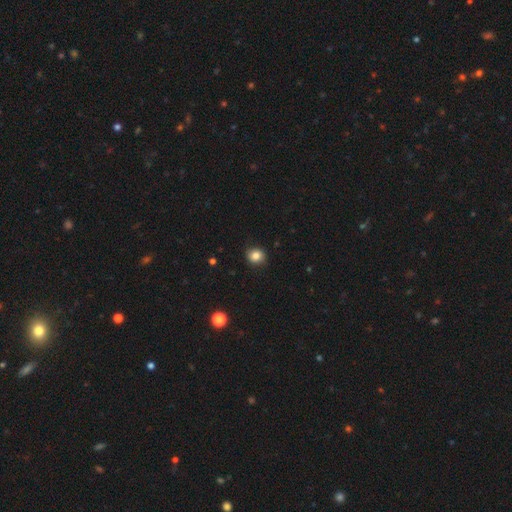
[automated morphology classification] type=smooth (83%); roundness=round (78%); merging=none (86%).